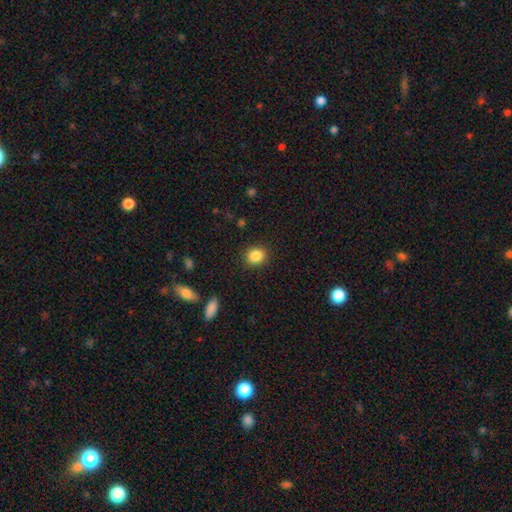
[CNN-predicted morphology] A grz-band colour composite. It shows a smooth galaxy with no disk features (86%) that is round (77%). Merging: none (90%).